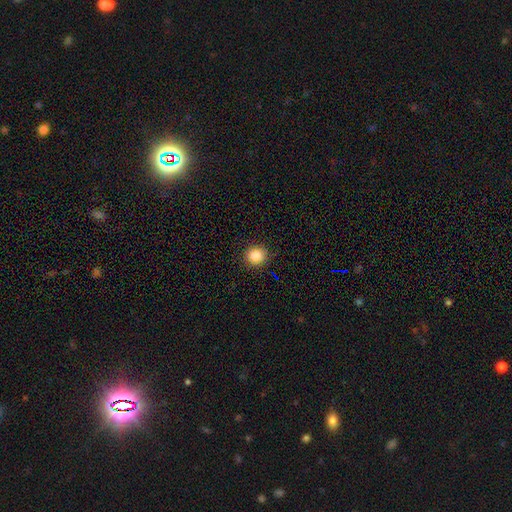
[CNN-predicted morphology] smooth_or_featured: smooth (p=0.86) [alt: star or artifact p=0.10]
how_rounded: round (p=0.90) [alt: in between p=0.09]
merging: none (p=0.90) [alt: minor disturbance p=0.07]